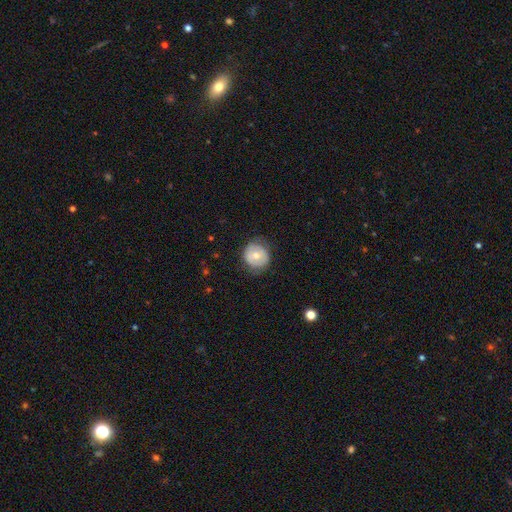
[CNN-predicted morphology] Q: Smooth or featured?
A: smooth (58%); runner-up: featured or disk (35%)
Q: How rounded?
A: round (87%); runner-up: in between (12%)
Q: Merging?
A: none (76%); runner-up: minor disturbance (17%)